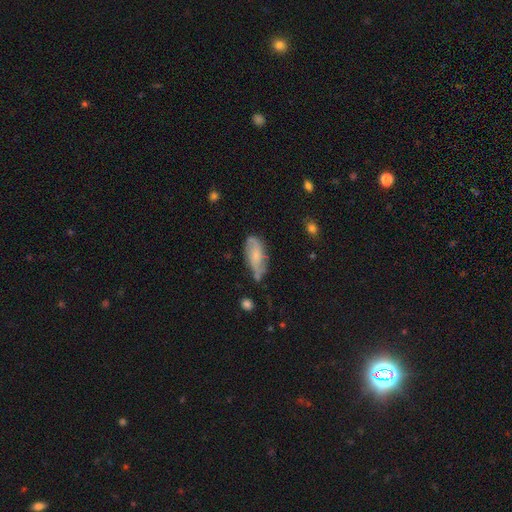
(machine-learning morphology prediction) Q: Smooth or featured?
A: featured or disk (54%); runner-up: smooth (38%)
Q: Edge-on disk?
A: no (89%); runner-up: yes (11%)
Q: Merging?
A: none (62%); runner-up: minor disturbance (26%)